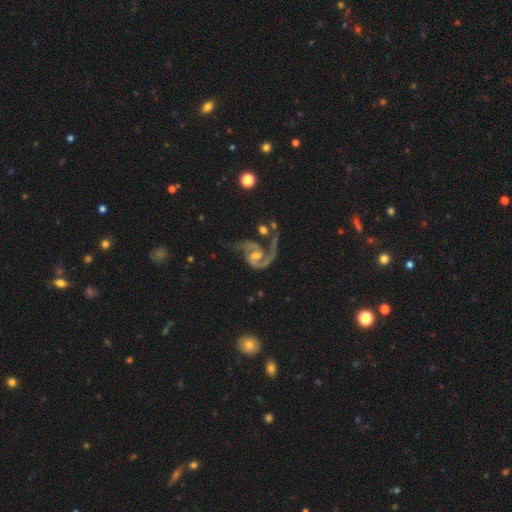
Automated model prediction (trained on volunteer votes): This appears to be a featured or disk galaxy (92%) with no bar (45%), 2 (86%) medium (55%) spiral arms (98%) and a moderate central bulge (53%). Merging: none (42%).